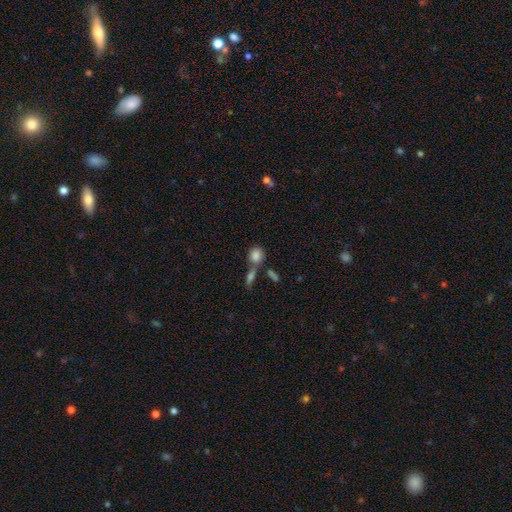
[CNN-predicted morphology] A smooth galaxy with no disk features (83%) that is round (66%). Merging: none (48%).